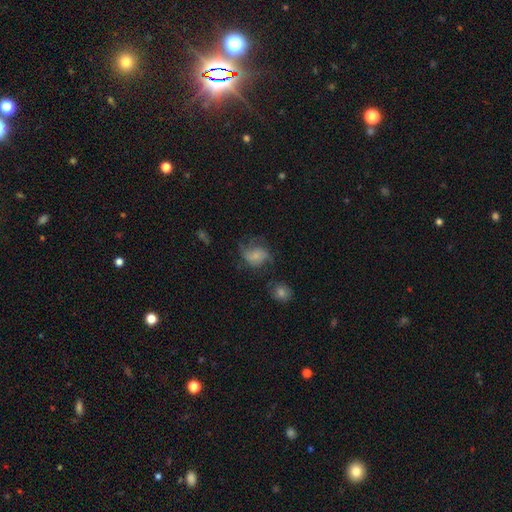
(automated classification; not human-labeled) smooth_or_featured: smooth (p=0.46) [alt: featured or disk p=0.43]
merging: none (p=0.48) [alt: minor disturbance p=0.25]